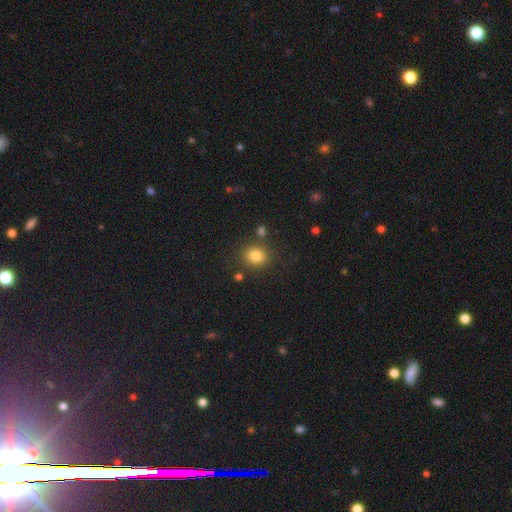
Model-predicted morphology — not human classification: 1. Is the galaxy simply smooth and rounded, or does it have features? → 82% smooth, 12% star or artifact, 6% featured or disk.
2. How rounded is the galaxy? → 68% round, 31% in between, 1% cigar-shaped.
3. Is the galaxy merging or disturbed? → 80% none, 10% minor disturbance, 6% merger, 4% major disturbance.